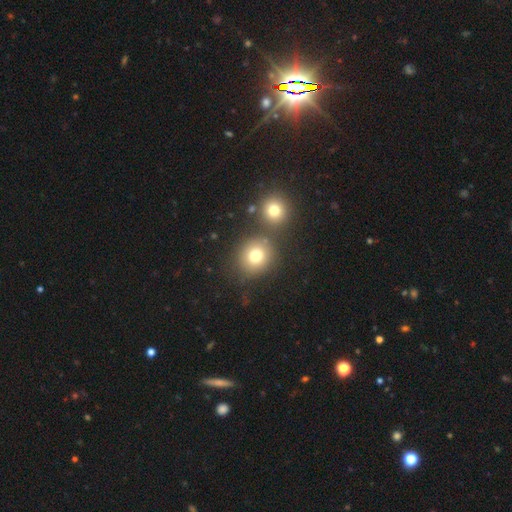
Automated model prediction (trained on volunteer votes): This is likely a smooth galaxy (75%). How rounded: clearly round (84%). Merging: likely none (68%).